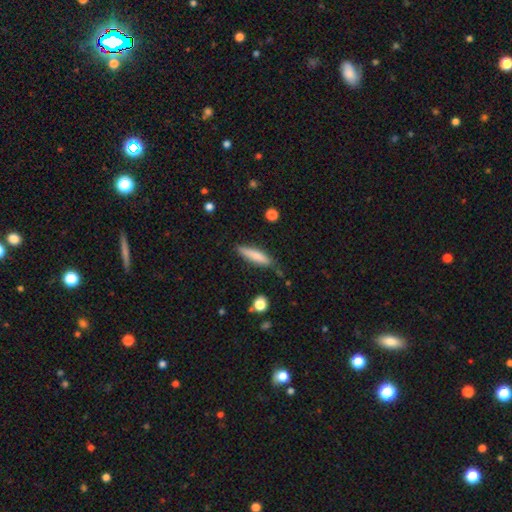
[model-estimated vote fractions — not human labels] The model was most divided on "how rounded": cigar-shaped: 79%, in between: 19%, round: 1%. More confident: merging — none (79%); smooth or featured — smooth (79%).